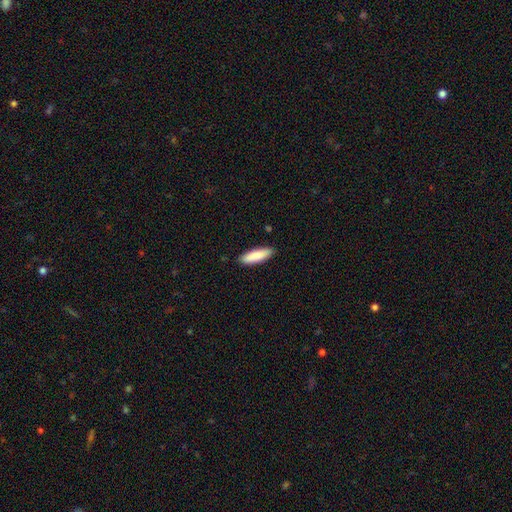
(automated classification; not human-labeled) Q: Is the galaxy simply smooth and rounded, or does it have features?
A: smooth — 88%.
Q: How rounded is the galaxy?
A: cigar-shaped — 51%.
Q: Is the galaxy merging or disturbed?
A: none — 87%.